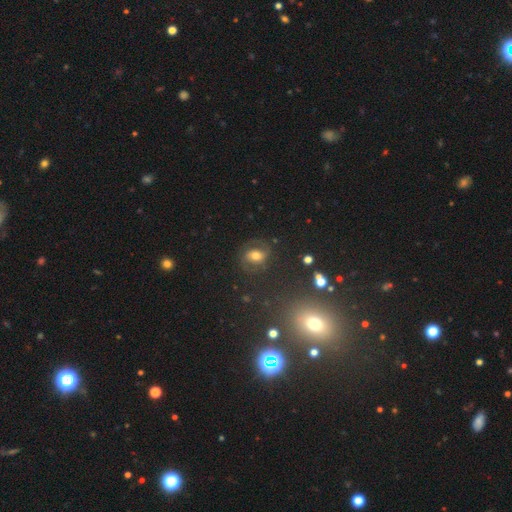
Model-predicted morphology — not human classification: Smooth or featured? featured or disk (60%)
Edge-on disk? no (97%)
Bar? no (41%)
Spiral arms? yes (84%)
Bulge size? moderate (64%)
Merging? none (76%)